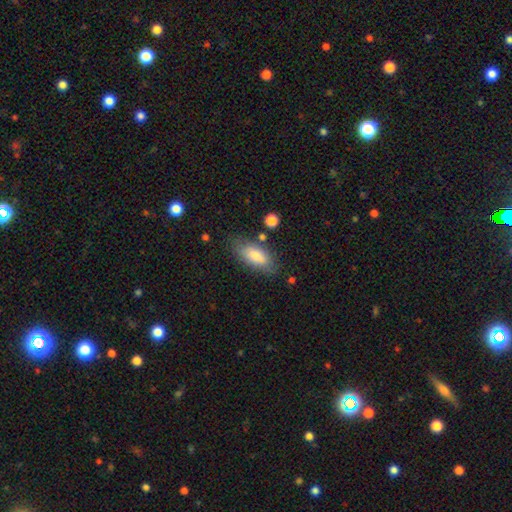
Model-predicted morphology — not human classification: Overall: smooth (80%). How rounded: in between (82%). Merging: none (72%).